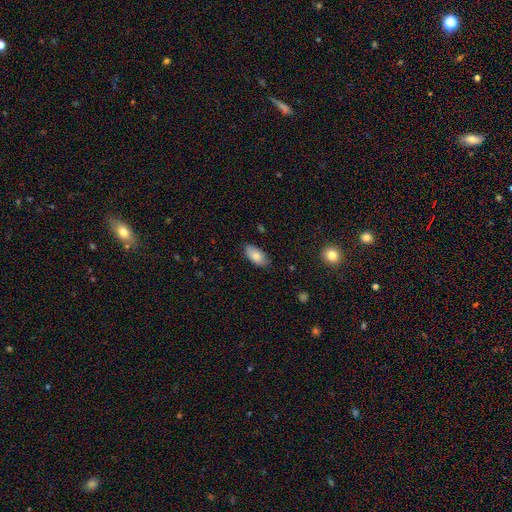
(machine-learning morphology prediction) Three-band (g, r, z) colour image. It shows a smooth galaxy with no disk features (79%) that is in between round and cigar-shaped (93%). Merging: none (81%).